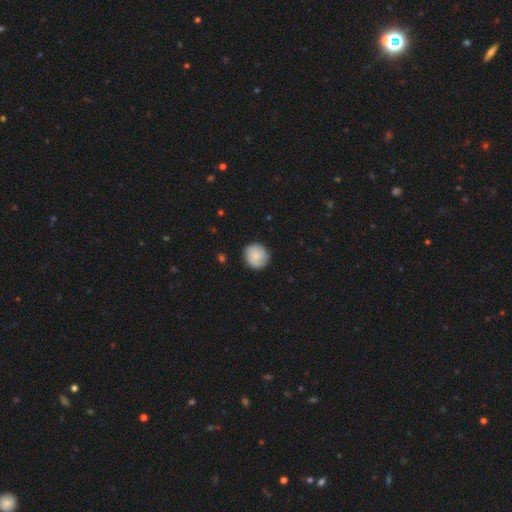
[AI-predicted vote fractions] Q: Smooth or featured?
A: smooth (71%); runner-up: featured or disk (22%)
Q: How rounded?
A: round (88%); runner-up: in between (11%)
Q: Merging?
A: none (84%); runner-up: minor disturbance (12%)